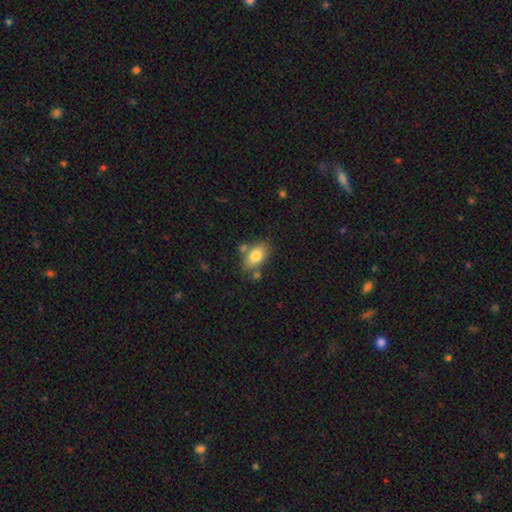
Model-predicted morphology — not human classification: A smooth galaxy with no disk features (80%) that is in between round and cigar-shaped (89%).

Vote fractions:
- Smooth or featured? smooth: 80% / featured or disk: 13% / star or artifact: 8%
- How rounded? in between: 89% / round: 8% / cigar-shaped: 3%
- Merging? none: 69% / minor disturbance: 16% / merger: 12% / major disturbance: 4%